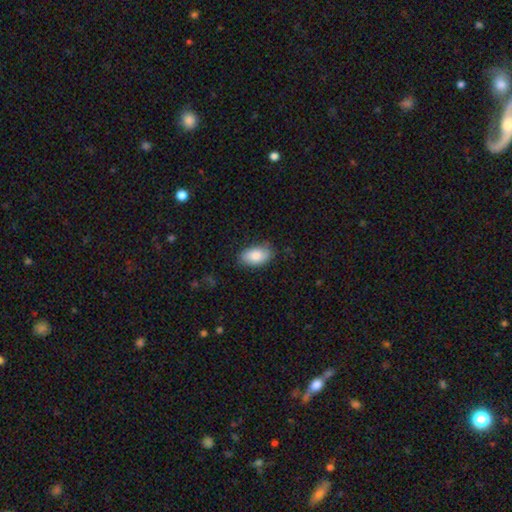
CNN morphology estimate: Smooth or featured: smooth — 85% (featured or disk — 8%)
How rounded: in between — 94% (round — 4%)
Merging: none — 80% (minor disturbance — 16%)